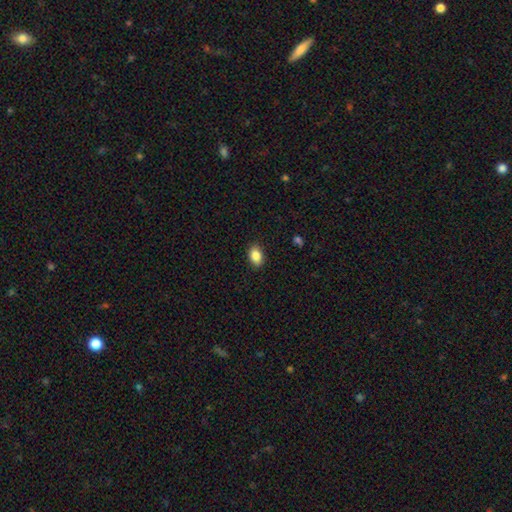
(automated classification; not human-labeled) Smooth or featured? smooth (86%)
How rounded? in between (81%)
Merging? none (88%)